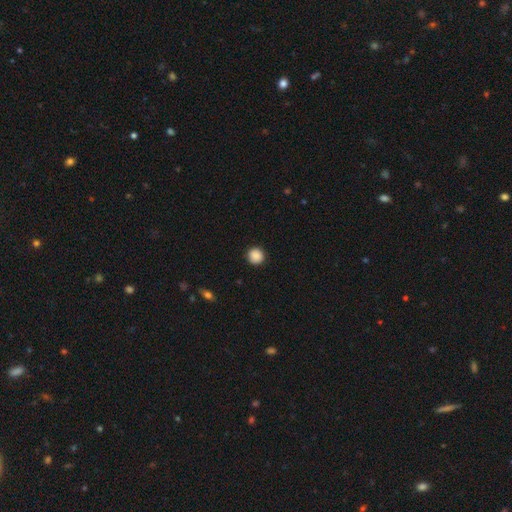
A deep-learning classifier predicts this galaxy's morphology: Smooth or featured? Predicted: smooth (p=0.88). How rounded? Predicted: round (p=0.94). Merging? Predicted: none (p=0.91).